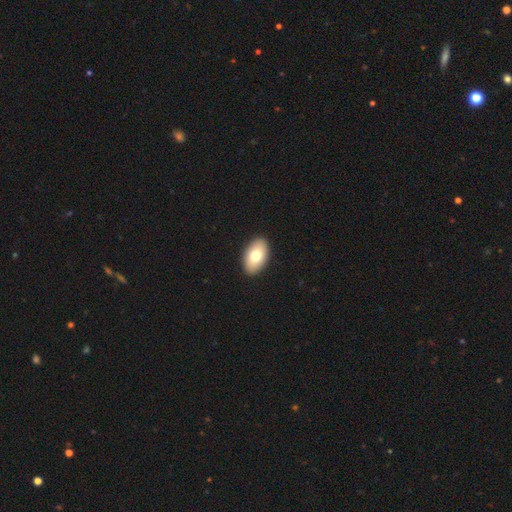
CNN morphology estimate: Q: Smooth or featured?
A: smooth (76%); runner-up: featured or disk (18%)
Q: How rounded?
A: in between (94%); runner-up: round (5%)
Q: Merging?
A: none (91%); runner-up: minor disturbance (6%)